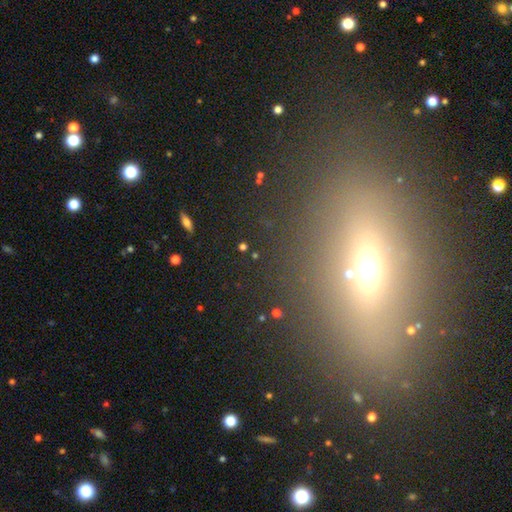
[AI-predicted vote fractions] Morphology: type=star or artifact (54%).